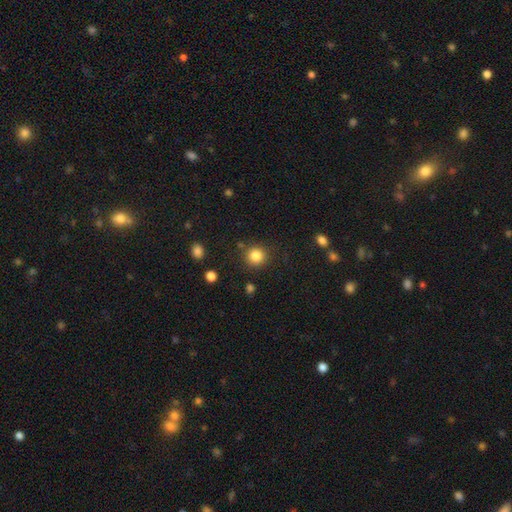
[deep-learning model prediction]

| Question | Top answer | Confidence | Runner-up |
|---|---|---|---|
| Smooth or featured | smooth | 84% | star or artifact (11%) |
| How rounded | round | 92% | in between (7%) |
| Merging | none | 85% | minor disturbance (8%) |